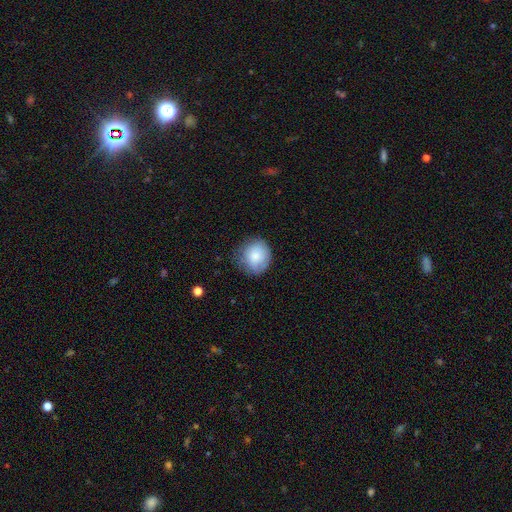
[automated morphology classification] Smooth or featured?
  - smooth: 79% *
  - featured or disk: 14%
  - star or artifact: 7%
How rounded?
  - round: 84% *
  - in between: 15%
  - cigar-shaped: 1%
Merging?
  - none: 71% *
  - minor disturbance: 22%
  - major disturbance: 6%
  - merger: 1%